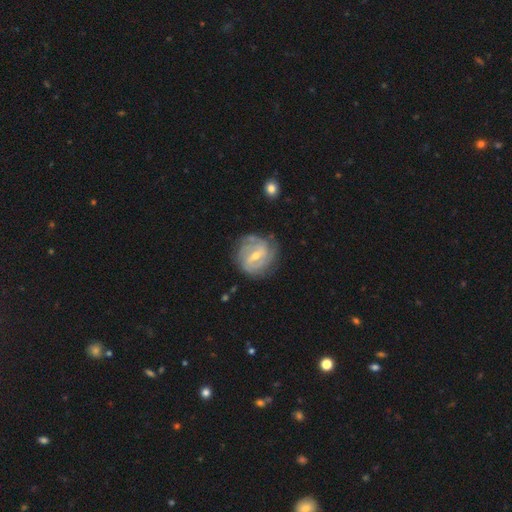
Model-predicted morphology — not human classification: Q: Smooth or featured?
A: featured or disk (84%); runner-up: smooth (10%)
Q: Edge-on disk?
A: no (97%); runner-up: yes (3%)
Q: Bar?
A: weak (50%); runner-up: strong (34%)
Q: Spiral arms?
A: yes (93%); runner-up: no (7%)
Q: Spiral winding?
A: tight (53%); runner-up: medium (34%)
Q: Spiral arm count?
A: 2 (35%); runner-up: can't tell (25%)
Q: Bulge size?
A: moderate (50%); runner-up: small (47%)
Q: Merging?
A: none (75%); runner-up: minor disturbance (17%)